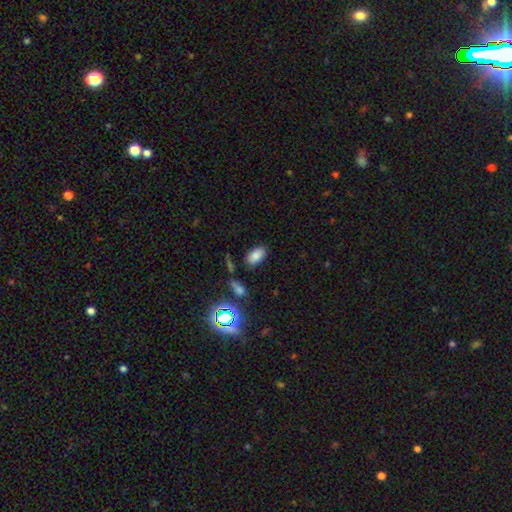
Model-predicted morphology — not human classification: smooth 80%, star or artifact 14%, featured or disk 6%. Down the decision tree: how rounded — in between (92%); merging — none (81%).